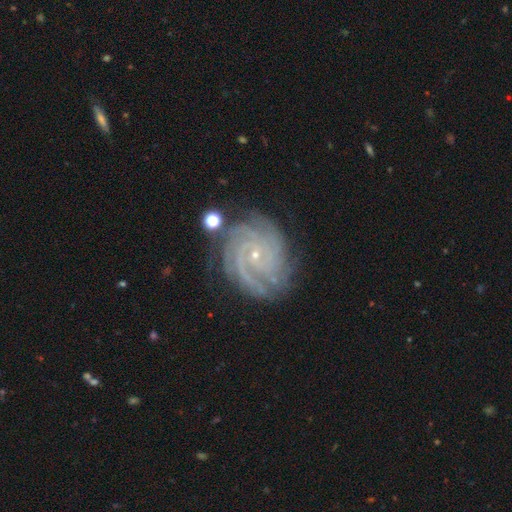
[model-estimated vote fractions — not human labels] smooth-or-featured: featured or disk: 90% | star or artifact: 6% | smooth: 4%
  disk-edge-on: no: 98% | yes: 2%
    bar: no: 74% | weak: 19% | strong: 7%
    has-spiral-arms: yes: 99% | no: 1%
      spiral-winding: tight: 77% | medium: 20% | loose: 3%
      spiral-arm-count: 4: 32% | 3: 23% | more than 4: 13% | can't tell: 13% | 2: 11% | 1: 7%
    bulge-size: small: 87% | moderate: 10% | none: 2% | large: 1% | dominant: 1%
  merging: none: 76% | minor disturbance: 16% | major disturbance: 5% | merger: 3%